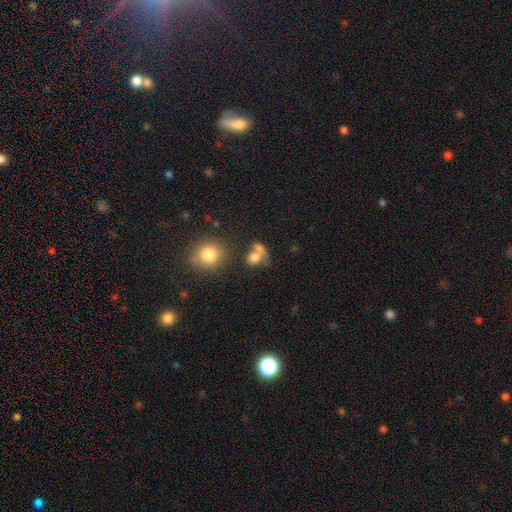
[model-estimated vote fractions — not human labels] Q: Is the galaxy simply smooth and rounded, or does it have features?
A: smooth — 74%.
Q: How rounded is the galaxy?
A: round — 53%.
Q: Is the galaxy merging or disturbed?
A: merger — 44%.